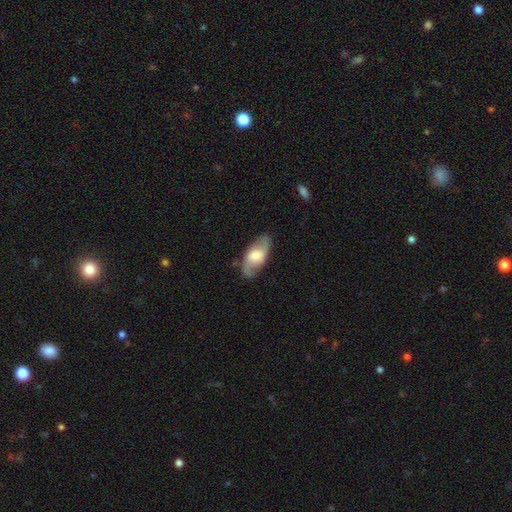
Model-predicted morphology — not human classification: This is possibly a featured or disk galaxy (50%). Merging: clearly none (80%).